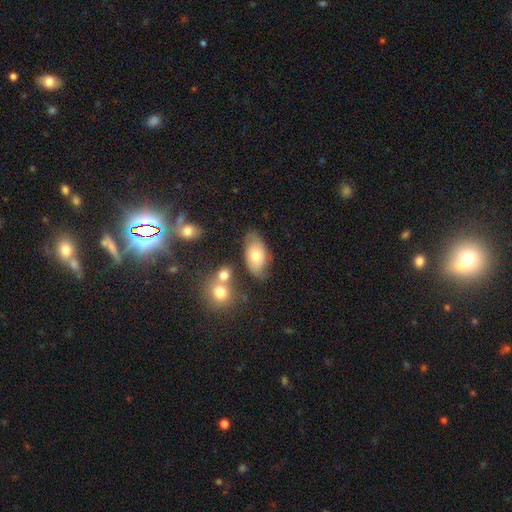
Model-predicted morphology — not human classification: This is likely a smooth galaxy (62%). How rounded: clearly in between (91%). Merging: possibly none (59%).